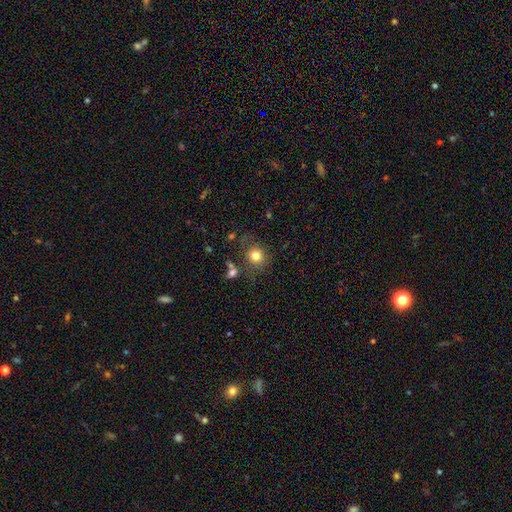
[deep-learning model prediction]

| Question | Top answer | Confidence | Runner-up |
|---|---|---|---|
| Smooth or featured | smooth | 79% | star or artifact (12%) |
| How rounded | round | 84% | in between (15%) |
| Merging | none | 70% | minor disturbance (15%) |